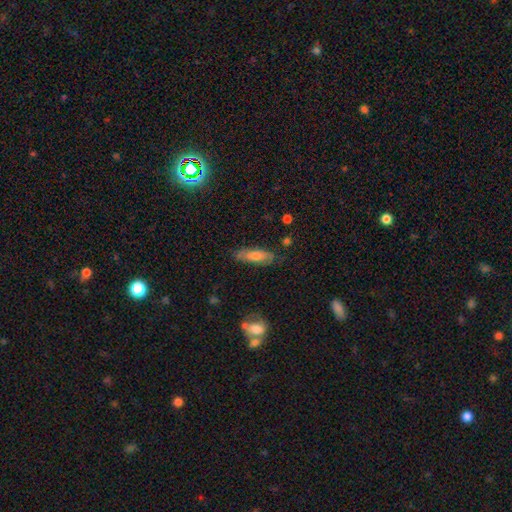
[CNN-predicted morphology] This is possibly a smooth galaxy (60%). How rounded: possibly in between (49%). Merging: likely none (75%).